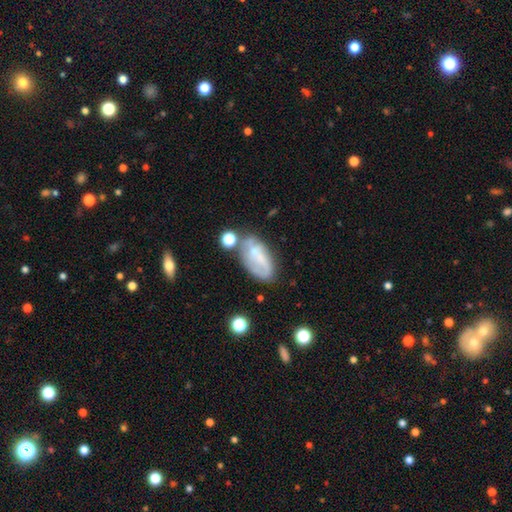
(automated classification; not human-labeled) featured or disk 47%, smooth 43%, star or artifact 10%. Down the decision tree: merging — none (51%).